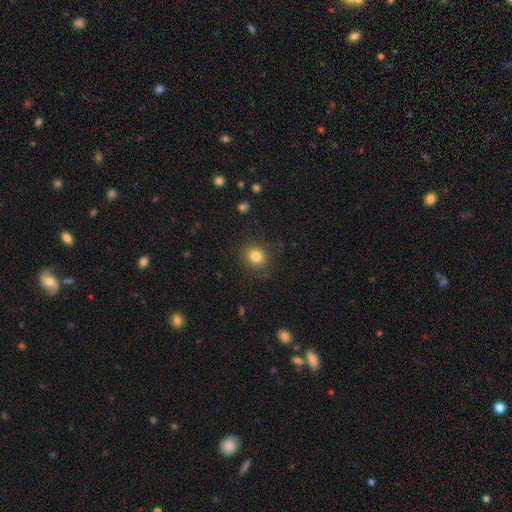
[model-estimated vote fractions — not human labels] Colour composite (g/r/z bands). It shows a smooth galaxy with no disk features (82%) that is round (78%). Merging: none (85%).